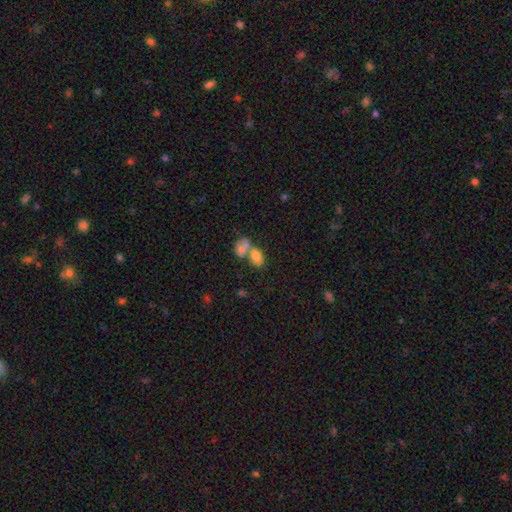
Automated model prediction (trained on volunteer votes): Overall: smooth (75%). How rounded: in between (88%). Merging: merger (63%; none 24%).